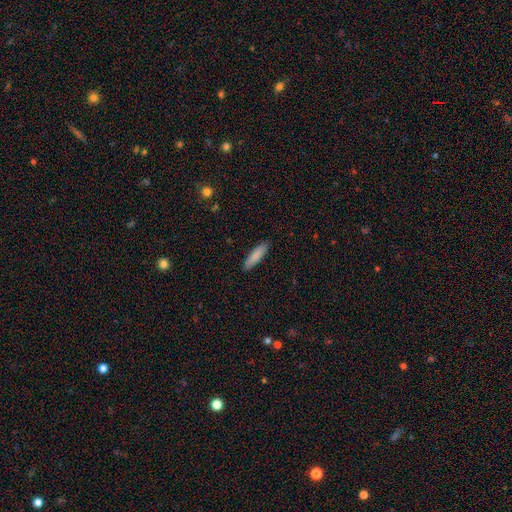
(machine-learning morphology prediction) Smooth or featured? smooth (86%)
How rounded? cigar-shaped (70%)
Merging? none (89%)